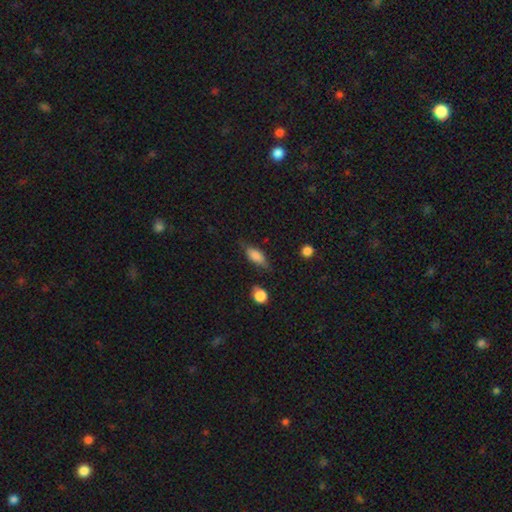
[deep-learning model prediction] Smooth or featured?
  - smooth: 71% *
  - featured or disk: 20%
  - star or artifact: 9%
How rounded?
  - in between: 73% *
  - cigar-shaped: 22%
  - round: 5%
Merging?
  - none: 64% *
  - minor disturbance: 25%
  - major disturbance: 8%
  - merger: 3%